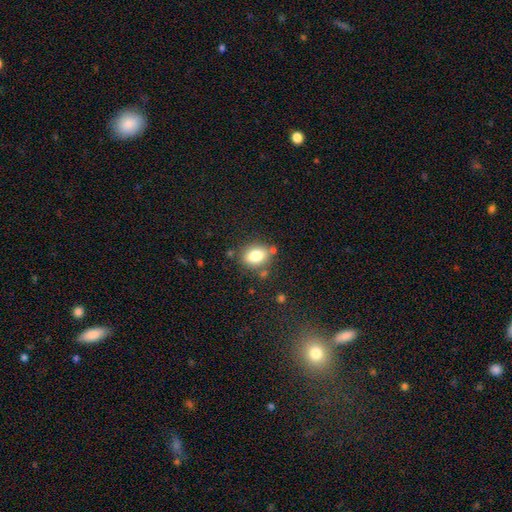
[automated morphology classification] smooth_or_featured: smooth (p=0.81) [alt: star or artifact p=0.10]
how_rounded: in between (p=0.66) [alt: round p=0.33]
merging: none (p=0.76) [alt: minor disturbance p=0.13]